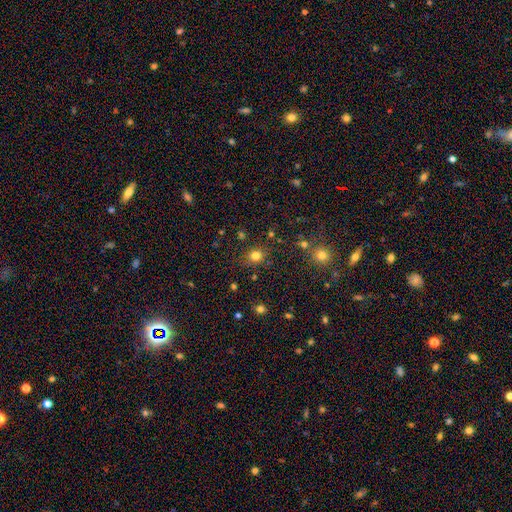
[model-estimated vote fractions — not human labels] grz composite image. It shows a smooth galaxy with no disk features (78%) that is round (78%). Merging: none (82%).